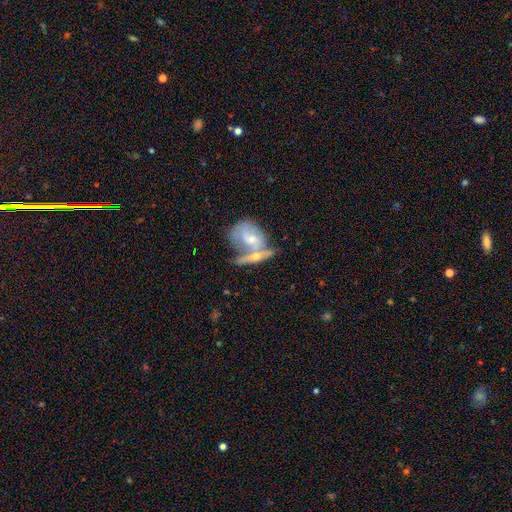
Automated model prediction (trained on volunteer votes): This appears to be a featured or disk galaxy (64%). Merging: merger (53%).